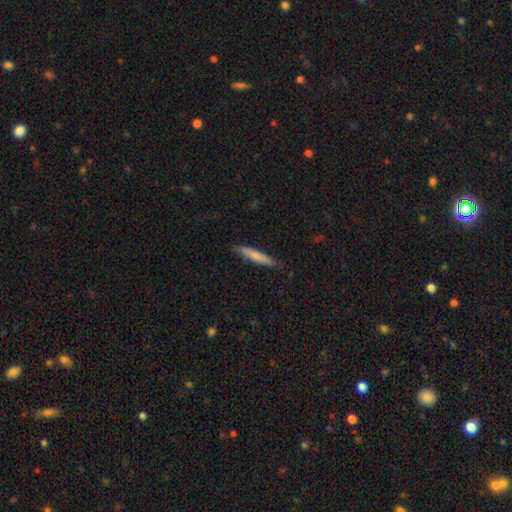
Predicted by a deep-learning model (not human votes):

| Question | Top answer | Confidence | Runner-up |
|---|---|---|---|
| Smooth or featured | smooth | 70% | featured or disk (24%) |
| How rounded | cigar-shaped | 91% | in between (7%) |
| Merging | none | 82% | minor disturbance (14%) |